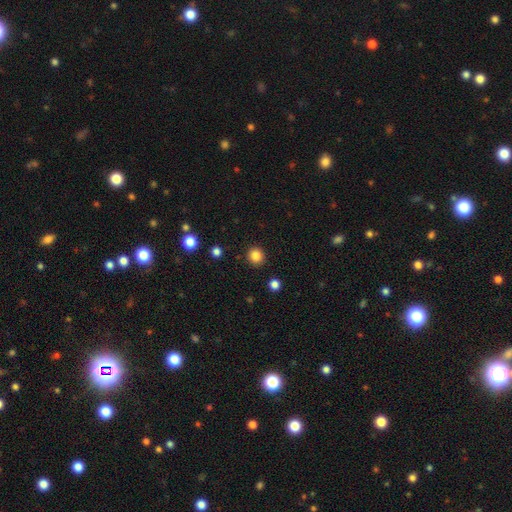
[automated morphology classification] Smooth or featured: smooth — 85% (star or artifact — 12%)
How rounded: round — 92% (in between — 7%)
Merging: none — 92% (minor disturbance — 5%)